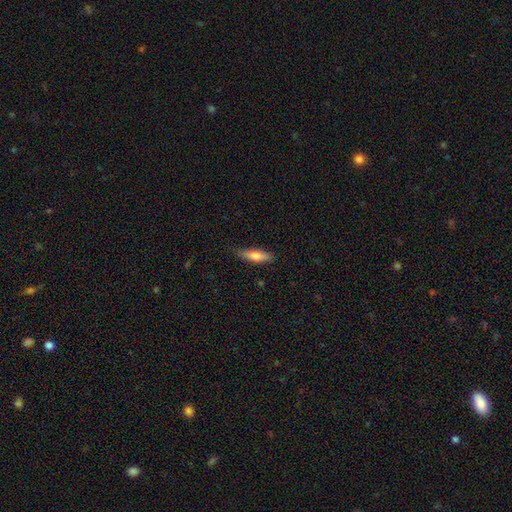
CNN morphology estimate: Q: Smooth or featured?
A: smooth (73%); runner-up: featured or disk (21%)
Q: How rounded?
A: cigar-shaped (58%); runner-up: in between (40%)
Q: Merging?
A: none (79%); runner-up: minor disturbance (16%)